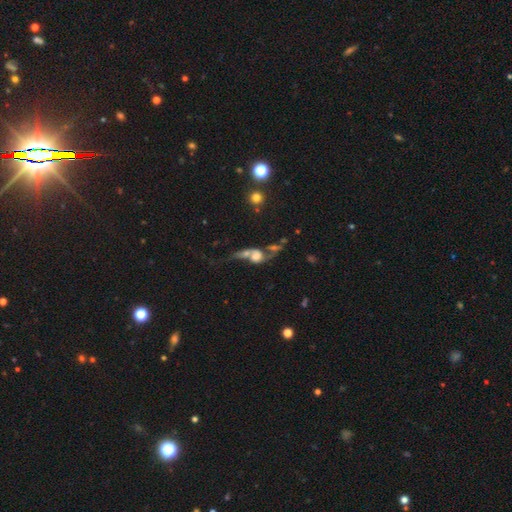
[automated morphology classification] Smooth or featured? featured or disk (60%)
Edge-on disk? no (89%)
Bar? no (73%)
Spiral arms? yes (68%)
Bulge size? large (34%)
Merging? merger (57%)